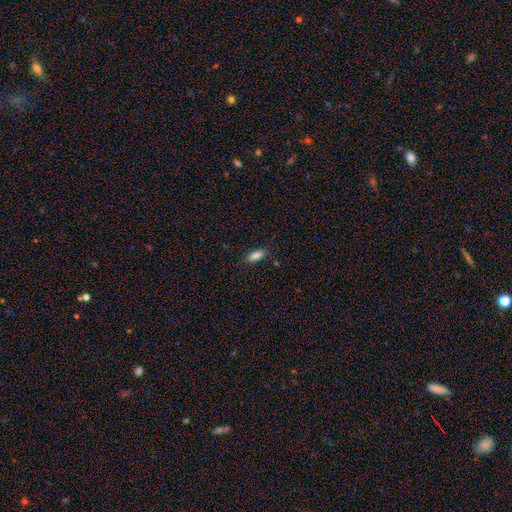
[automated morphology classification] type=smooth (85%); roundness=in between (76%); merging=none (83%).